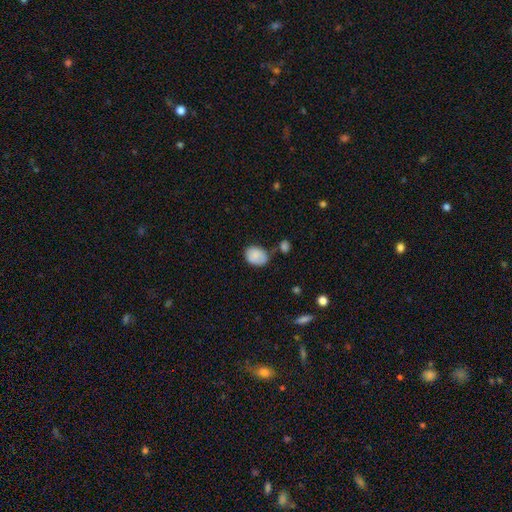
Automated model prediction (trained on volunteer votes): smooth_or_featured: smooth (p=0.83) [alt: featured or disk p=0.09]
how_rounded: in between (p=0.68) [alt: round p=0.31]
merging: none (p=0.52) [alt: minor disturbance p=0.28]